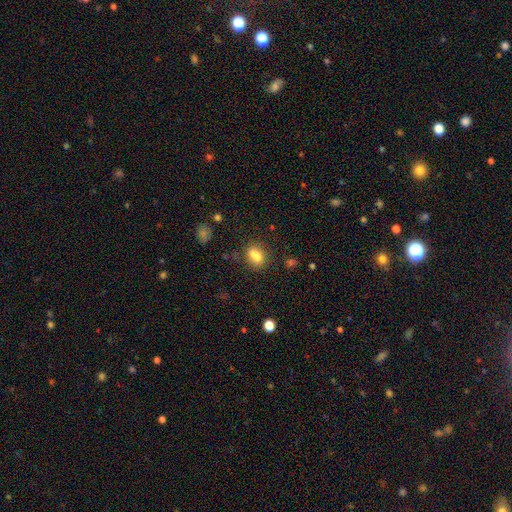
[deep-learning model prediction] Smooth or featured? Predicted: smooth (p=0.74). How rounded? Predicted: in between (p=0.53). Merging? Predicted: merger (p=0.43).